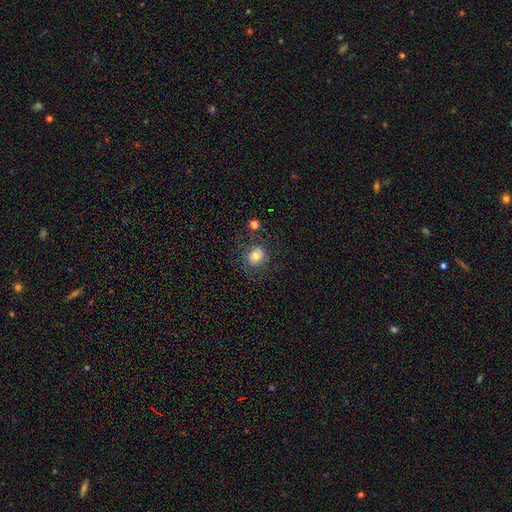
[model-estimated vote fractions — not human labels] Q: Smooth or featured?
A: smooth (67%); runner-up: featured or disk (19%)
Q: How rounded?
A: round (83%); runner-up: in between (16%)
Q: Merging?
A: none (73%); runner-up: minor disturbance (15%)